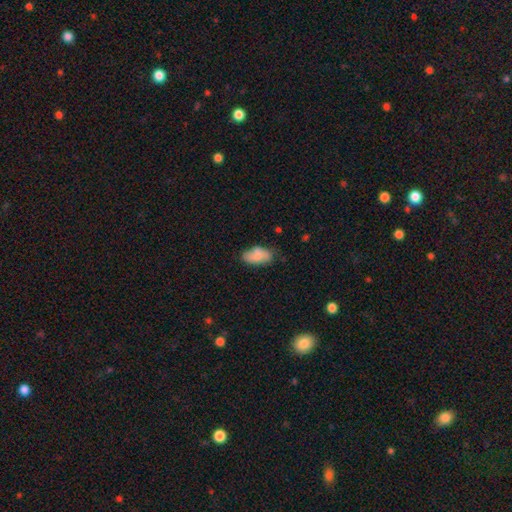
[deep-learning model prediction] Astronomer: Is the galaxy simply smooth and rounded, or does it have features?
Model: smooth — 77%.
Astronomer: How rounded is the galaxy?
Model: in between — 93%.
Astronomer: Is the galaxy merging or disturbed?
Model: none — 64%.